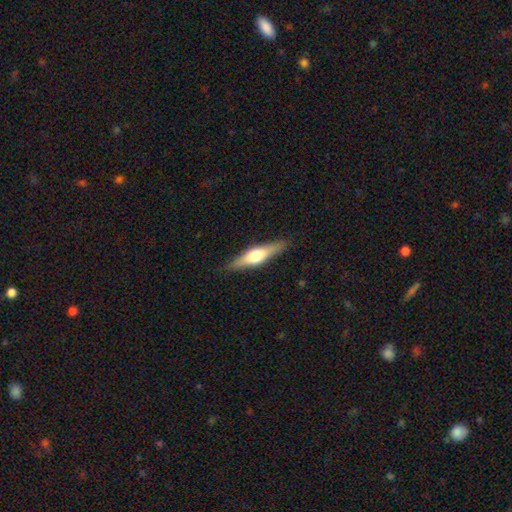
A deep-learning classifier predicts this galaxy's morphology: featured or disk 57%, smooth 37%, star or artifact 6%. Down the decision tree: edge-on disk — yes (95%); edge-on bulge — rounded (93%); merging — none (88%).